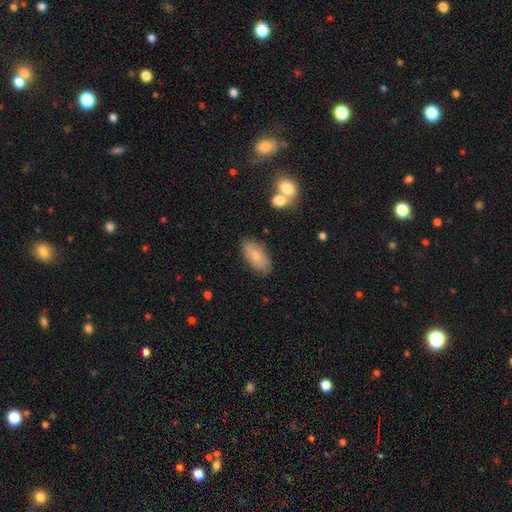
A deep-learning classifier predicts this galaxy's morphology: Smooth or featured: smooth — 73% (featured or disk — 21%)
How rounded: in between — 93% (cigar-shaped — 4%)
Merging: none — 81% (minor disturbance — 13%)